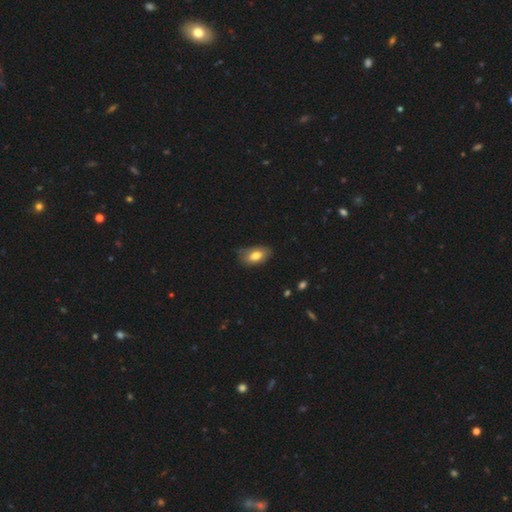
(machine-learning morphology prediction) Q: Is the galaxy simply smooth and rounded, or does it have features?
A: smooth — 75%.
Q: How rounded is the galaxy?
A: in between — 91%.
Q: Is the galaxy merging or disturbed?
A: none — 67%.